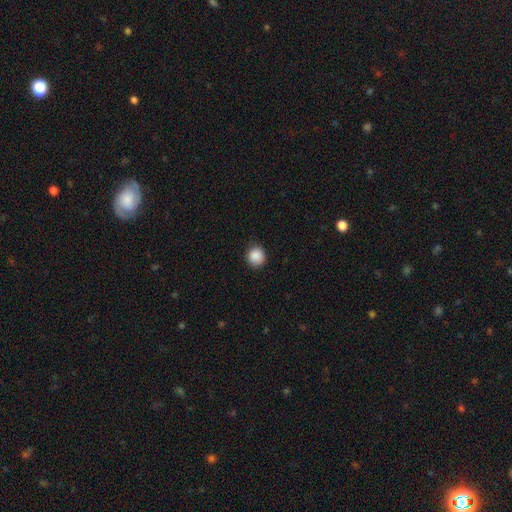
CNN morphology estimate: smooth 88%, star or artifact 9%, featured or disk 3%. Down the decision tree: how rounded — round (86%); merging — none (85%).